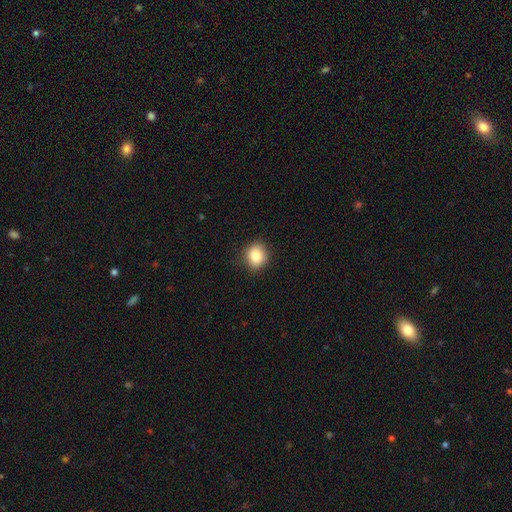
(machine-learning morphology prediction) smooth_or_featured: smooth (p=0.83) [alt: star or artifact p=0.10]
how_rounded: round (p=0.73) [alt: in between p=0.26]
merging: none (p=0.87) [alt: minor disturbance p=0.10]